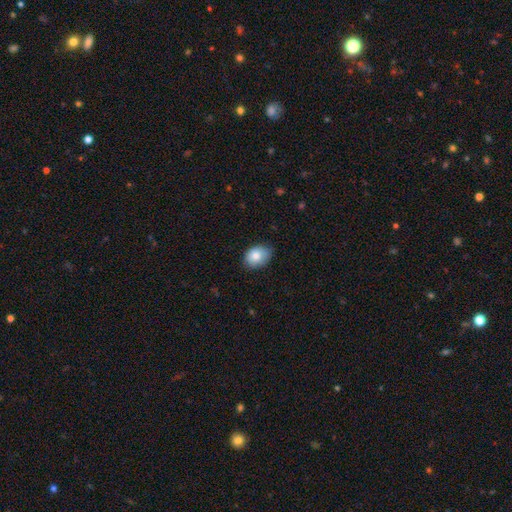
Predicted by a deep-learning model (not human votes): The model was most divided on "how rounded": in between: 73%, round: 26%, cigar-shaped: 1%. More confident: smooth or featured — smooth (83%); merging — none (74%).